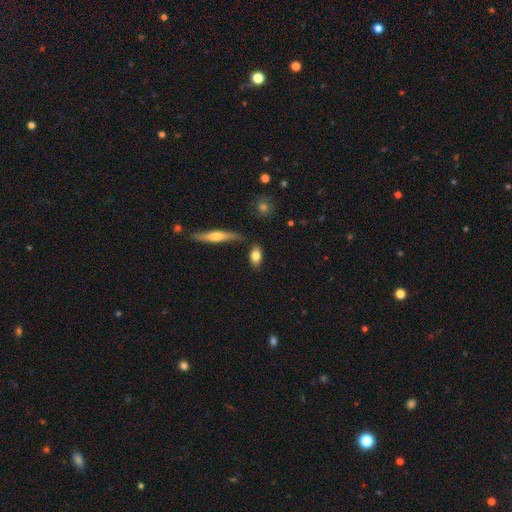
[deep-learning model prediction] smooth_or_featured: smooth (p=0.78) [alt: featured or disk p=0.15]
how_rounded: in between (p=0.83) [alt: cigar-shaped p=0.10]
merging: none (p=0.78) [alt: minor disturbance p=0.13]